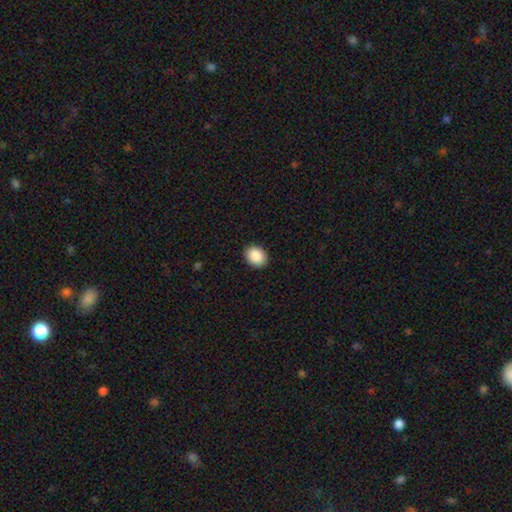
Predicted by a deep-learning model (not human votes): Q: Smooth or featured?
A: smooth (89%); runner-up: star or artifact (8%)
Q: How rounded?
A: in between (59%); runner-up: round (40%)
Q: Merging?
A: none (91%); runner-up: minor disturbance (7%)